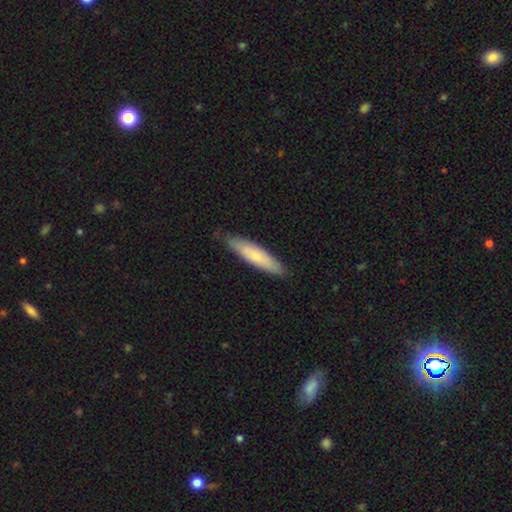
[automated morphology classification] This is likely a smooth galaxy (69%). How rounded: likely cigar-shaped (80%). Merging: clearly none (84%).